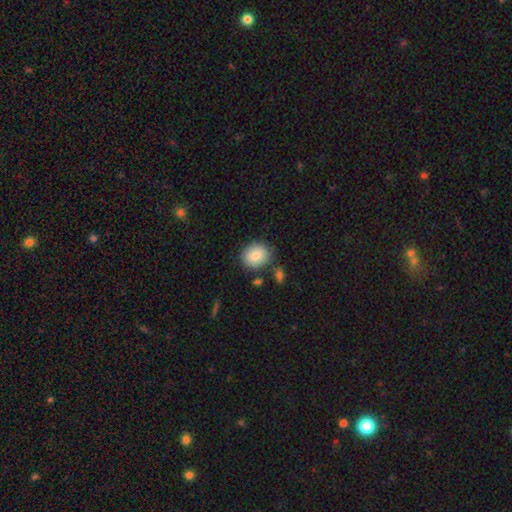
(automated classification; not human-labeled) Smooth or featured? Predicted: smooth (p=0.84). How rounded? Predicted: round (p=0.64). Merging? Predicted: none (p=0.79).